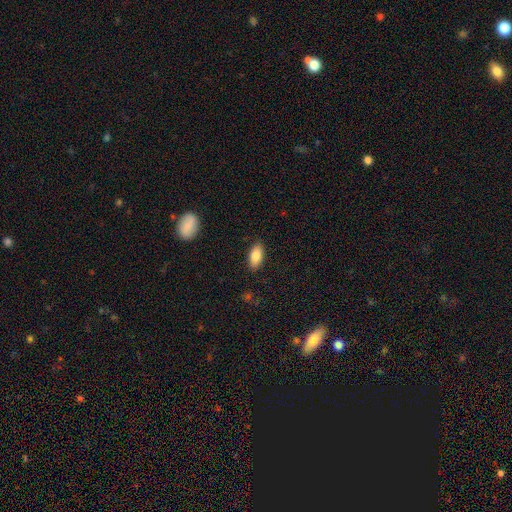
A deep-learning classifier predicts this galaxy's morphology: type=smooth (83%); roundness=in between (89%); merging=none (87%).